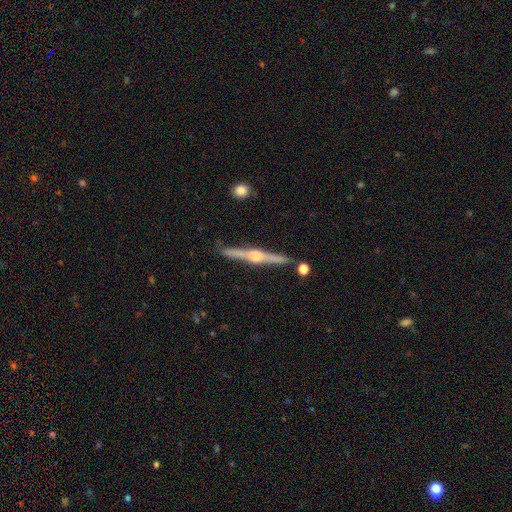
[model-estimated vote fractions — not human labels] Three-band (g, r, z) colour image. It shows a featured or disk galaxy (84%) viewed edge-on (98%) with a rounded central bulge (91%). Merging: none (87%).